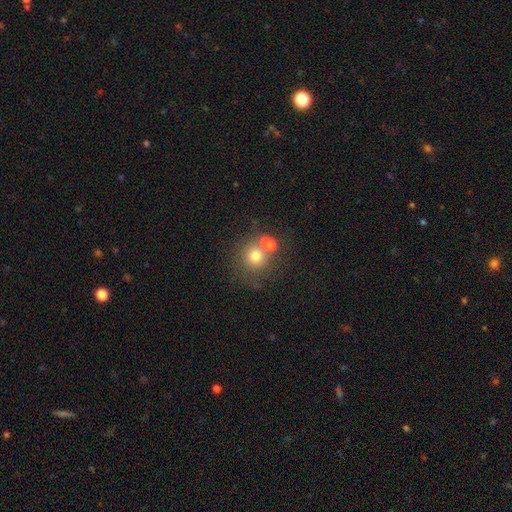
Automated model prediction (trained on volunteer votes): A smooth galaxy with no disk features (70%) that is round (88%).

Vote fractions:
- Smooth or featured? smooth: 70% / star or artifact: 15% / featured or disk: 15%
- How rounded? round: 88% / in between: 11% / cigar-shaped: 1%
- Merging? none: 55% / merger: 32% / minor disturbance: 9% / major disturbance: 5%